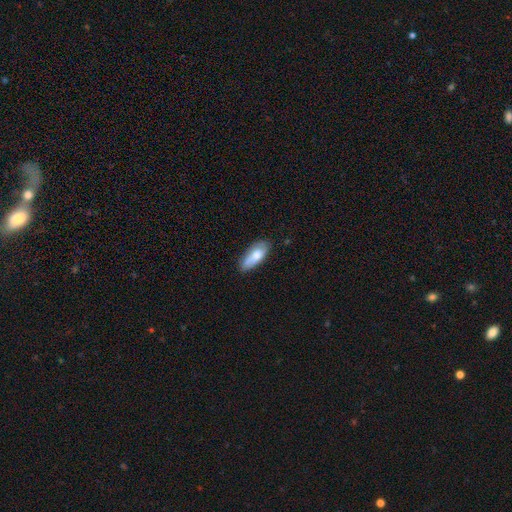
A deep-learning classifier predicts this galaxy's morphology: A smooth galaxy with no disk features (73%) that is in between round and cigar-shaped (80%).

Vote fractions:
- Smooth or featured? smooth: 73% / featured or disk: 21% / star or artifact: 6%
- How rounded? in between: 80% / cigar-shaped: 18% / round: 2%
- Merging? none: 67% / minor disturbance: 26% / major disturbance: 5% / merger: 2%